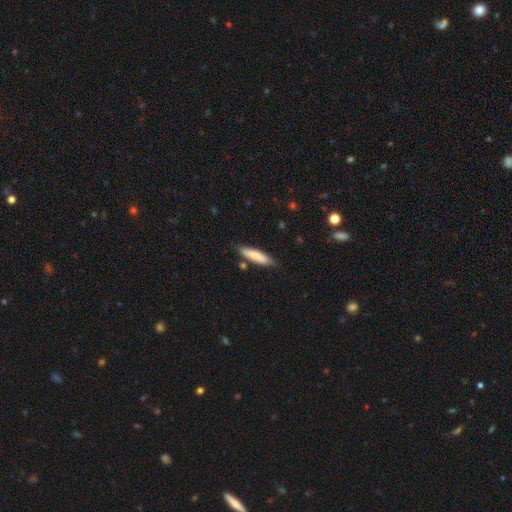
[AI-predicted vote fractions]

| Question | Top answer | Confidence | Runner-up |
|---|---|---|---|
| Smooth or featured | smooth | 82% | featured or disk (13%) |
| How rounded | cigar-shaped | 78% | in between (21%) |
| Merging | none | 79% | minor disturbance (14%) |